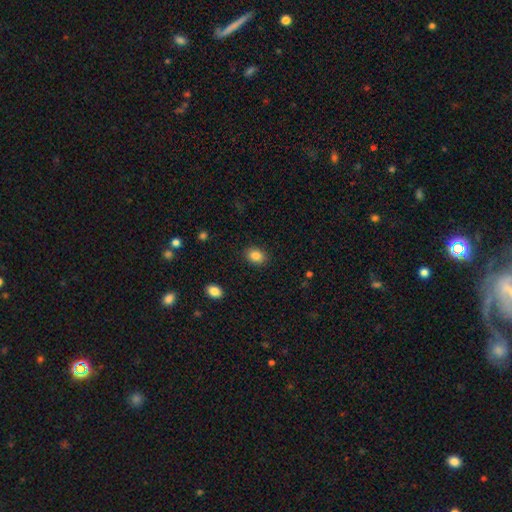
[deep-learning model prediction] A smooth galaxy with no disk features (85%) that is in between round and cigar-shaped (63%).

Vote fractions:
- Smooth or featured? smooth: 85% / star or artifact: 9% / featured or disk: 5%
- How rounded? in between: 63% / round: 36% / cigar-shaped: 1%
- Merging? none: 88% / minor disturbance: 8% / major disturbance: 2% / merger: 1%